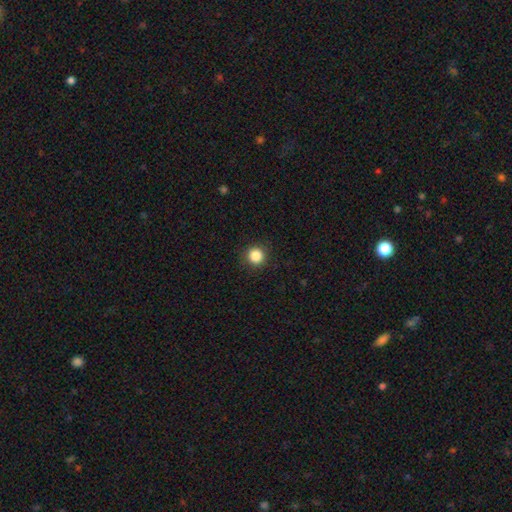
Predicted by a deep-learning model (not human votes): smooth 86%, star or artifact 11%, featured or disk 3%. Down the decision tree: how rounded — round (95%); merging — none (91%).